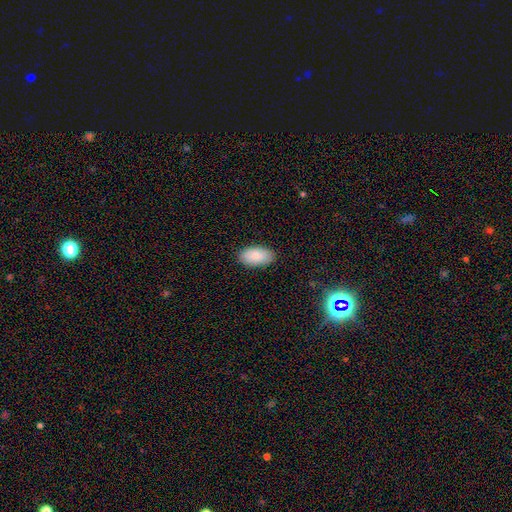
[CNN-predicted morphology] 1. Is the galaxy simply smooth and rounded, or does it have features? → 88% smooth, 6% star or artifact, 6% featured or disk.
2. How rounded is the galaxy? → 95% in between, 3% round, 2% cigar-shaped.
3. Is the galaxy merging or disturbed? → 87% none, 10% minor disturbance, 2% major disturbance, 1% merger.